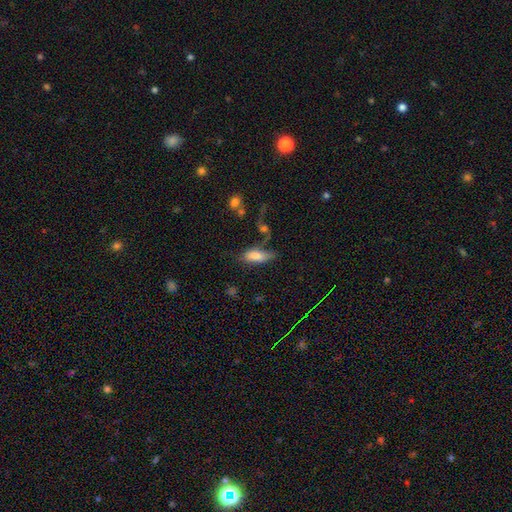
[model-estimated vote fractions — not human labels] smooth 76%, featured or disk 16%, star or artifact 8%. Down the decision tree: how rounded — in between (76%); merging — none (45%).